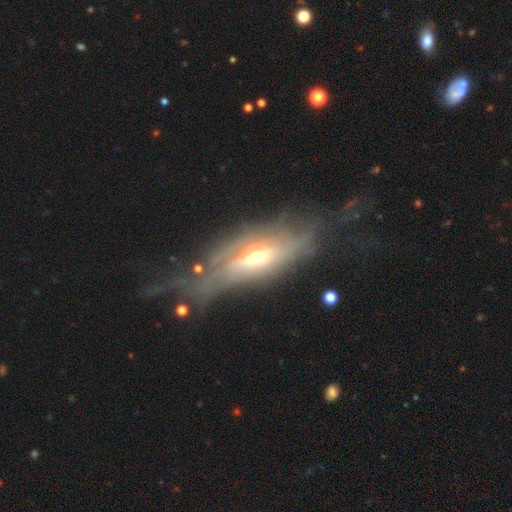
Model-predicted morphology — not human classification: Smooth or featured? Predicted: featured or disk (p=0.70). Edge-on disk? Predicted: no (p=0.54). Merging? Predicted: major disturbance (p=0.37).